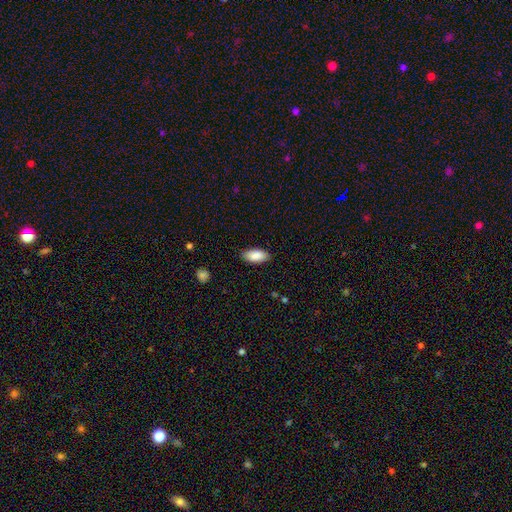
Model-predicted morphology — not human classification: Overall: smooth (88%). How rounded: in between (90%). Merging: none (86%).